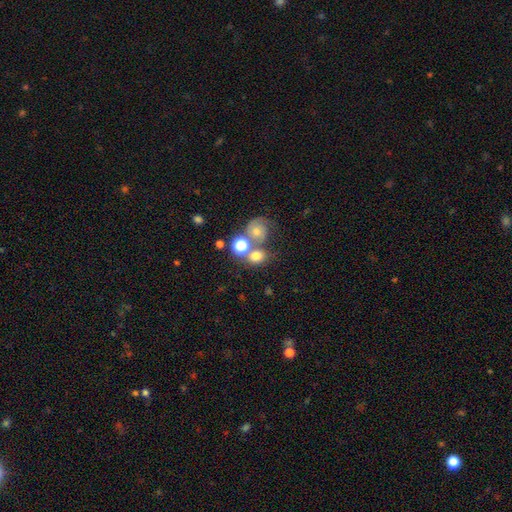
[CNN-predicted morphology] Overall: smooth (69%). How rounded: round (68%; in between 31%). Merging: none (44%; merger 38%).